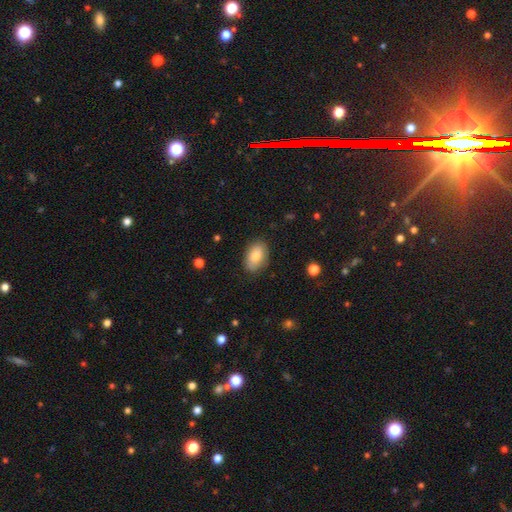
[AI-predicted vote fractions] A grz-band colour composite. It shows a smooth galaxy with no disk features (80%) that is in between round and cigar-shaped (91%). Merging: none (83%).